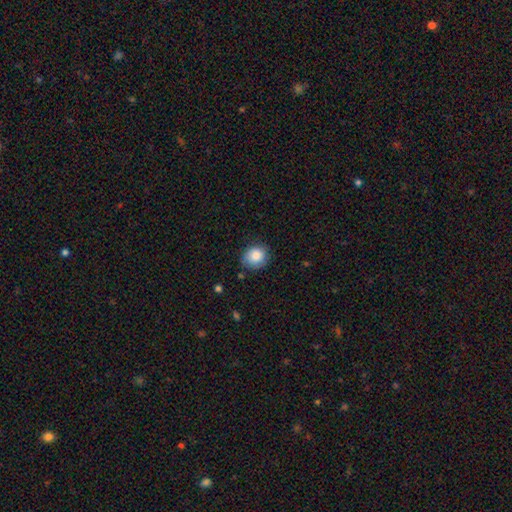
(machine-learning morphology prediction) This appears to be a smooth galaxy with no disk features (84%) that is round (75%). Merging: none (76%).